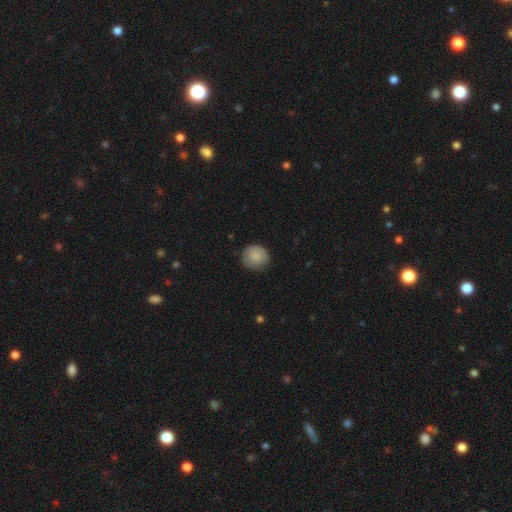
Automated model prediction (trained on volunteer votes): A smooth galaxy with no disk features (84%) that is round (89%).

Vote fractions:
- Smooth or featured? smooth: 84% / featured or disk: 9% / star or artifact: 7%
- How rounded? round: 89% / in between: 10% / cigar-shaped: 1%
- Merging? none: 81% / minor disturbance: 15% / major disturbance: 3% / merger: 1%